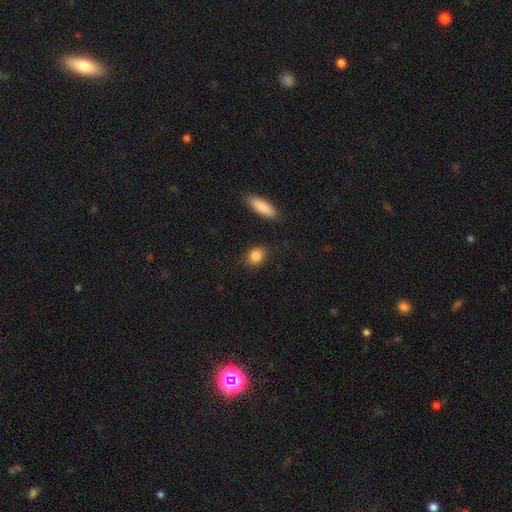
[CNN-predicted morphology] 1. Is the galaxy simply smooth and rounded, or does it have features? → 87% smooth, 8% star or artifact, 5% featured or disk.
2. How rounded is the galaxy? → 50% round, 47% in between, 3% cigar-shaped.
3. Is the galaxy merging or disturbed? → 84% none, 11% minor disturbance, 3% major disturbance, 3% merger.